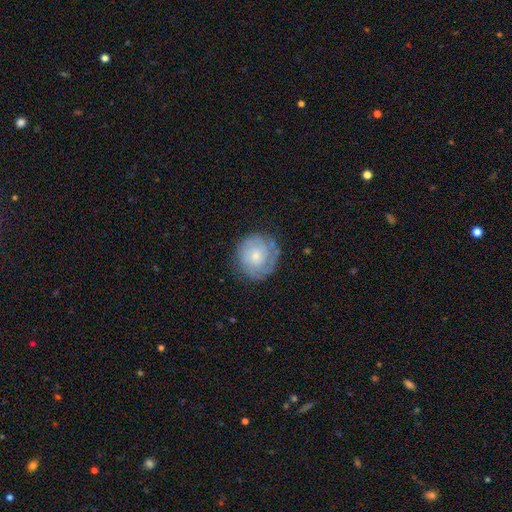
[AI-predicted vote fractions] smooth-or-featured: featured or disk: 51% | smooth: 41% | star or artifact: 7%
  disk-edge-on: no: 98% | yes: 2%
    bar: no: 81% | weak: 17% | strong: 2%
    has-spiral-arms: yes: 78% | no: 22%
    bulge-size: small: 52% | moderate: 40% | large: 4% | none: 3% | dominant: 1%
  merging: none: 73% | minor disturbance: 18% | major disturbance: 7% | merger: 2%